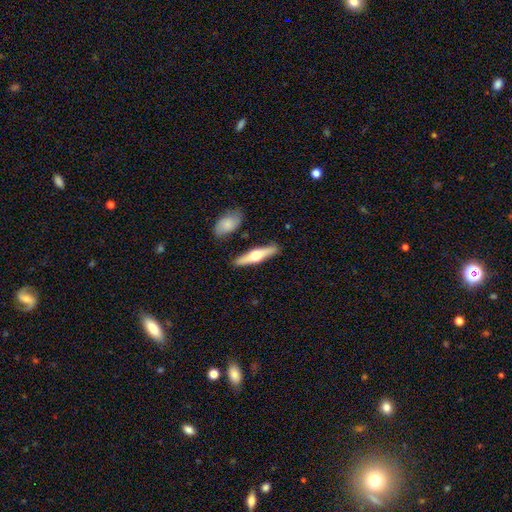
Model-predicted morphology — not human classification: Smooth or featured? Predicted: featured or disk (p=0.59). Edge-on disk? Predicted: yes (p=0.95). Edge-on bulge? Predicted: rounded (p=0.95). Merging? Predicted: none (p=0.87).